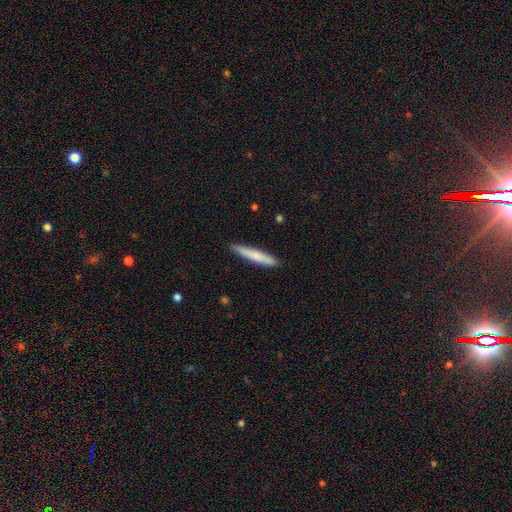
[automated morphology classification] This is likely a smooth galaxy (73%). How rounded: clearly cigar-shaped (94%). Merging: clearly none (89%).